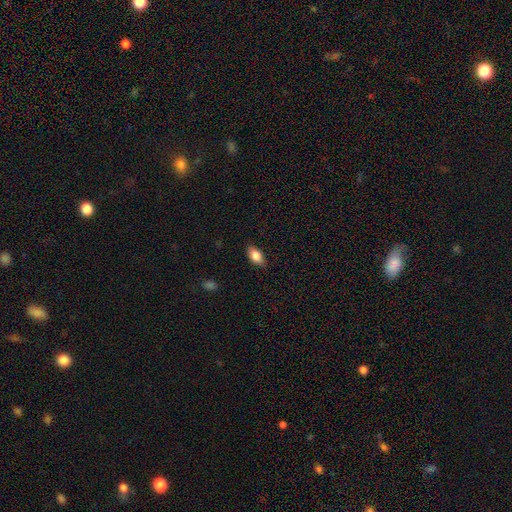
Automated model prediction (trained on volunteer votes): This is clearly a smooth galaxy (84%). How rounded: clearly in between (90%). Merging: clearly none (85%).